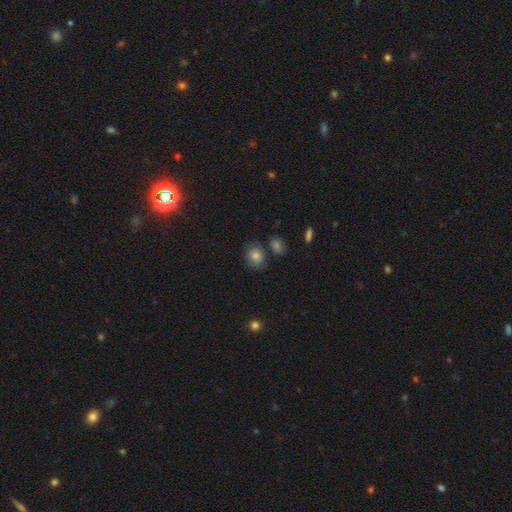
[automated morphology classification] A smooth galaxy with no disk features (82%) that is round (67%).

Vote fractions:
- Smooth or featured? smooth: 82% / star or artifact: 11% / featured or disk: 7%
- How rounded? round: 67% / in between: 32% / cigar-shaped: 1%
- Merging? none: 76% / minor disturbance: 13% / merger: 8% / major disturbance: 4%